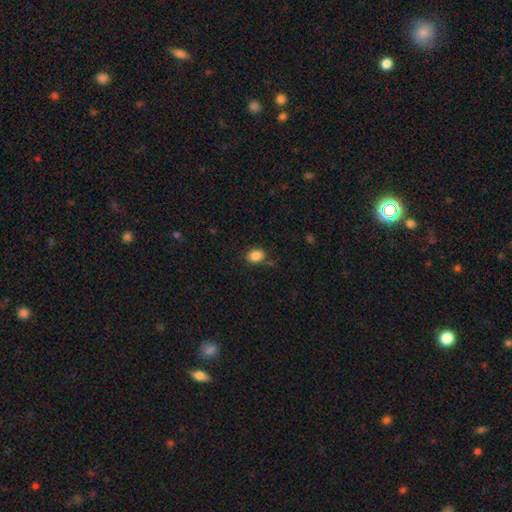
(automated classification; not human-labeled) Smooth or featured: smooth — 87% (star or artifact — 10%)
How rounded: round — 51% (in between — 48%)
Merging: none — 81% (minor disturbance — 13%)